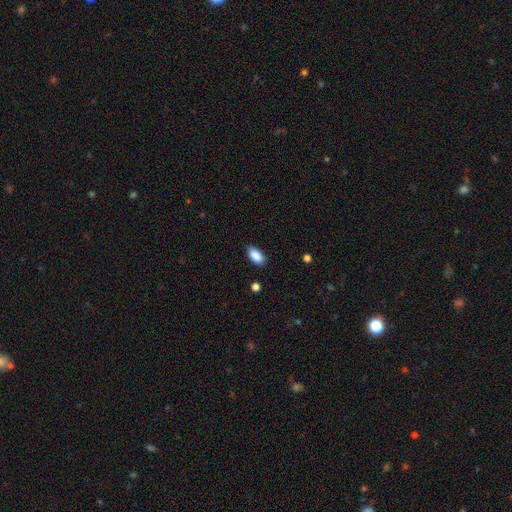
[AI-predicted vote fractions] The model was most divided on "merging": none: 86%, minor disturbance: 10%, major disturbance: 2%, merger: 1%. More confident: how rounded — in between (94%); smooth or featured — smooth (90%).